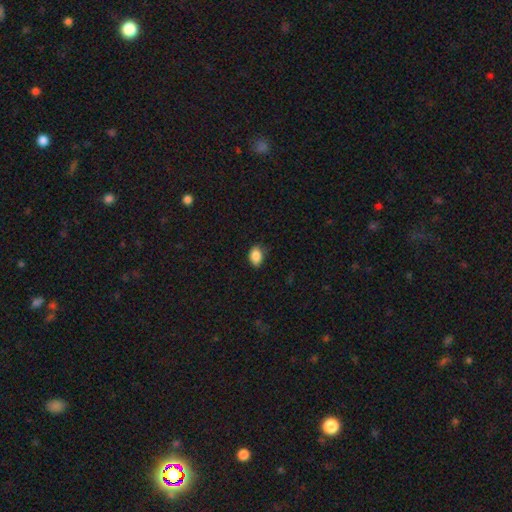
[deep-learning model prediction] smooth_or_featured: smooth (p=0.87) [alt: star or artifact p=0.08]
how_rounded: in between (p=0.79) [alt: round p=0.20]
merging: none (p=0.76) [alt: minor disturbance p=0.20]